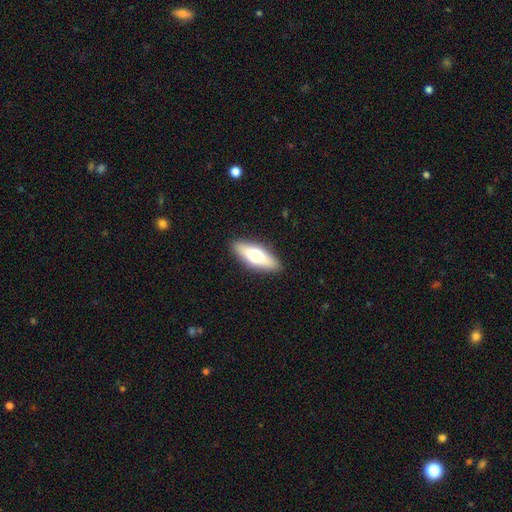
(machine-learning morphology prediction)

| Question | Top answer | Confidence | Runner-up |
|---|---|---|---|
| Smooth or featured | smooth | 59% | featured or disk (34%) |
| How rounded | in between | 62% | cigar-shaped (35%) |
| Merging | none | 89% | minor disturbance (8%) |